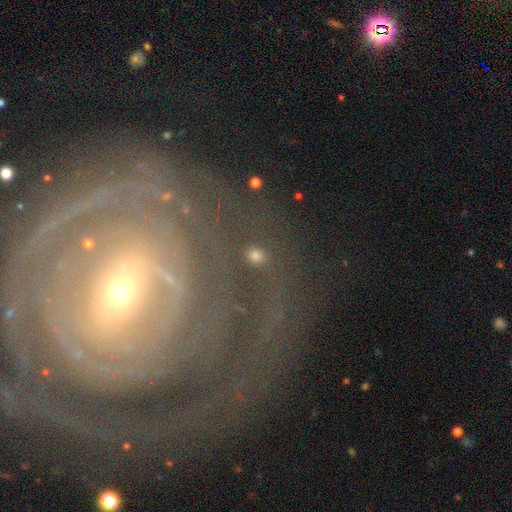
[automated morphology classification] A featured or disk galaxy (73%) with no bar (38%), tight (67%) spiral arms (87%) and a small central bulge (62%). Merging: none (71%).